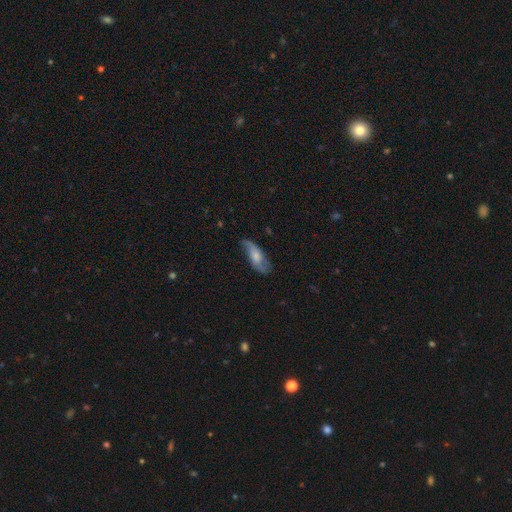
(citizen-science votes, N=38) This is possibly a featured or disk galaxy (58%). It is clearly not viewed edge-on (95%). Bar: likely no (76%). Spiral arm pattern: clearly yes (90%). Spiral arm count: clearly 2 (89%). Spiral winding: clearly loose (89%). Central bulge: possibly small (52%). Merging: possibly none (50%).